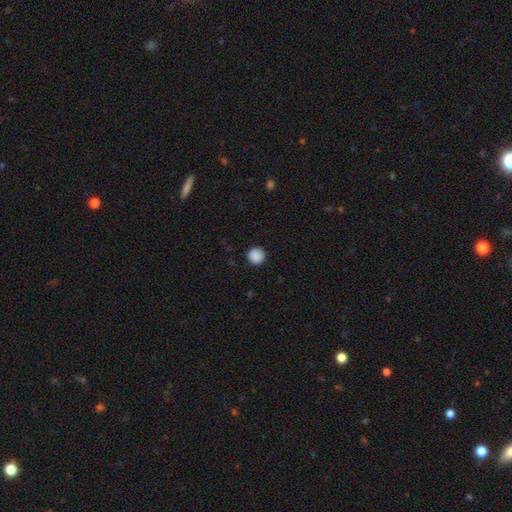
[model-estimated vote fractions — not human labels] A smooth galaxy with no disk features (89%) that is round (95%).

Vote fractions:
- Smooth or featured? smooth: 89% / star or artifact: 8% / featured or disk: 2%
- How rounded? round: 95% / in between: 4% / cigar-shaped: 1%
- Merging? none: 92% / minor disturbance: 5% / major disturbance: 2% / merger: 1%